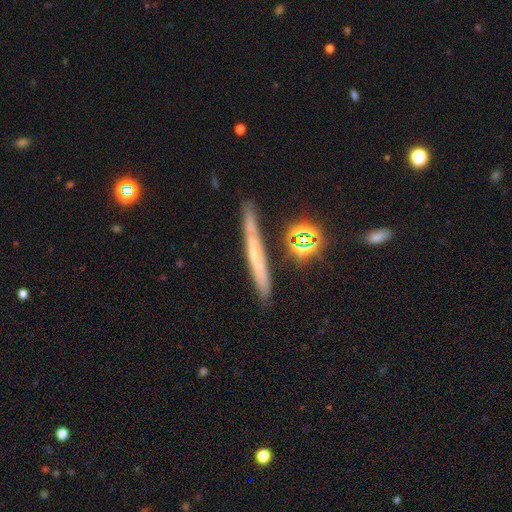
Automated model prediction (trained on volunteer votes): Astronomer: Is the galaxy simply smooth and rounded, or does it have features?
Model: featured or disk — 50% (runner-up: smooth, 36%).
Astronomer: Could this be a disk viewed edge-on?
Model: yes — 90%.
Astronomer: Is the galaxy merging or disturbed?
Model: none — 82%.